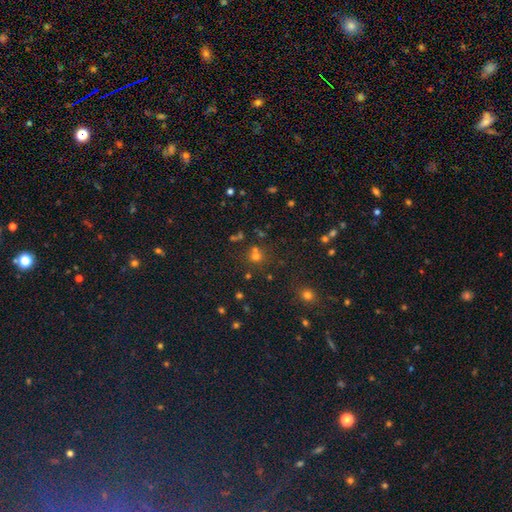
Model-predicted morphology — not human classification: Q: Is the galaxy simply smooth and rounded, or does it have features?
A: smooth — 59%.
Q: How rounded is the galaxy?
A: round — 87%.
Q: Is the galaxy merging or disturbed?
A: none — 59%.